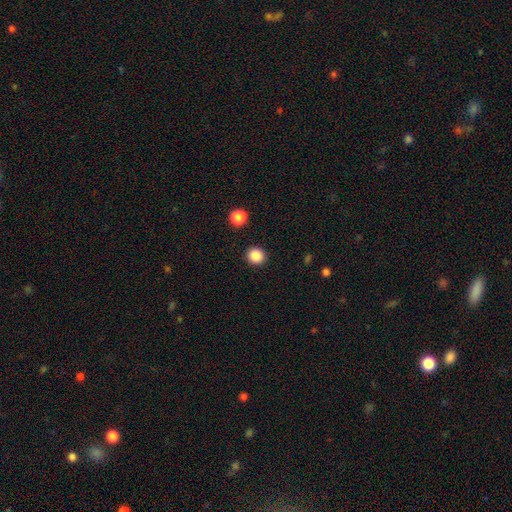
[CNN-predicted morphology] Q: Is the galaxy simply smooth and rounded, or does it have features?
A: smooth — 88%.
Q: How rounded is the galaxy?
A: round — 88%.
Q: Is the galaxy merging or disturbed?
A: none — 91%.